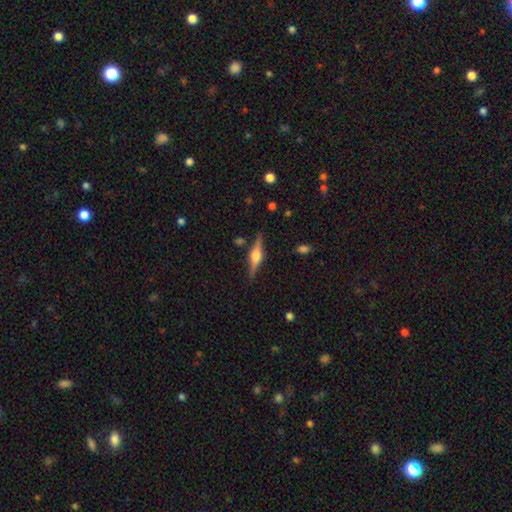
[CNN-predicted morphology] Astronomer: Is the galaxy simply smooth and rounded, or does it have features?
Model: featured or disk — 76%.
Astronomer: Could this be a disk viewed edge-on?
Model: yes — 97%.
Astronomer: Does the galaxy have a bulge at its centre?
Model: rounded — 89%.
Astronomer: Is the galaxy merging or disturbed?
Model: none — 86%.